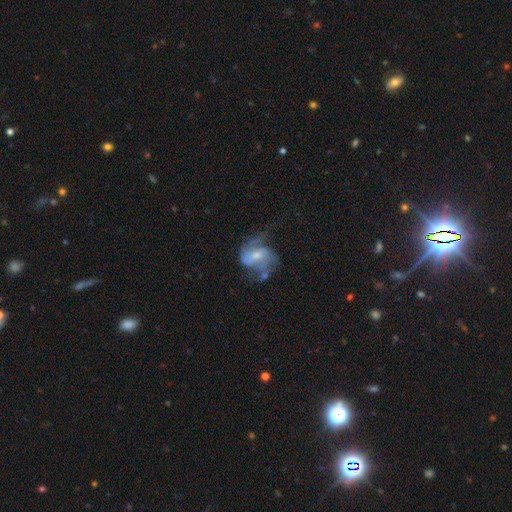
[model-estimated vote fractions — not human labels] A featured or disk galaxy (75%) with a weak bar (49%), 2 (66%) medium (45%) spiral arms (86%) and a moderate central bulge (47%).

Vote fractions:
- Smooth or featured? featured or disk: 75% / smooth: 18% / star or artifact: 7%
- Edge-on disk? no: 98% / yes: 2%
- Bar? weak: 49% / no: 36% / strong: 16%
- Spiral arms? yes: 86% / no: 14%
- Spiral winding? medium: 45% / loose: 40% / tight: 16%
- Spiral arm count? 2: 66% / can't tell: 14% / 3: 9% / 1: 7% / 4: 2% / more than 4: 2%
- Bulge size? moderate: 47% / small: 40% / none: 7% / large: 5% / dominant: 1%
- Merging? none: 40% / major disturbance: 31% / minor disturbance: 23% / merger: 6%